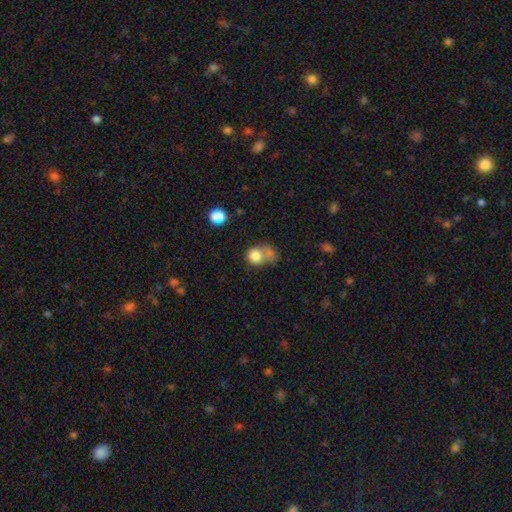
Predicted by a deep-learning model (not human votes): Overall: smooth (79%). How rounded: round (73%). Merging: merger (45%; none 34%).